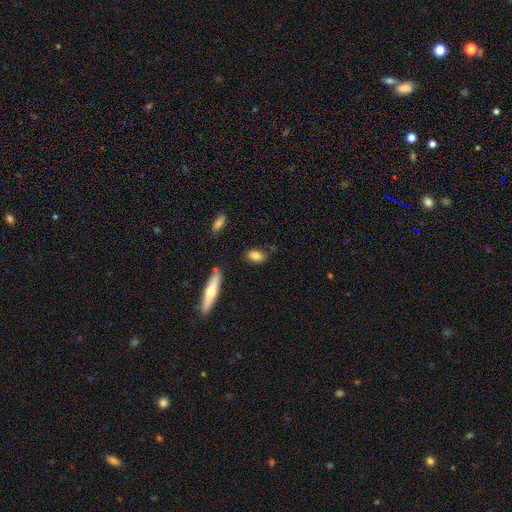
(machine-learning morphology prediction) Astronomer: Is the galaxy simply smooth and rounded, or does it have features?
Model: smooth — 81%.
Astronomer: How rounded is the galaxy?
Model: in between — 84%.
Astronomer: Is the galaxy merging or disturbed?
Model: none — 78%.